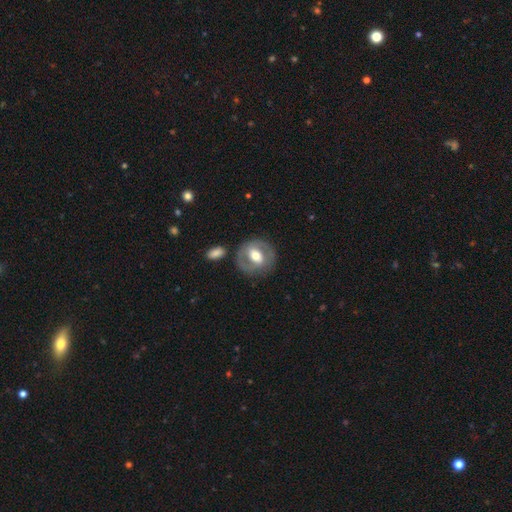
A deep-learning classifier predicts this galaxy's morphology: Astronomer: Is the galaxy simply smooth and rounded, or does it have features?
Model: featured or disk — 60%.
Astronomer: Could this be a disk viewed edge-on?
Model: no — 95%.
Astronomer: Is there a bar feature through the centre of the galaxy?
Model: weak — 38% (runner-up: no, 33%).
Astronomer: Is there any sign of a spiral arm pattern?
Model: no — 51% (runner-up: yes, 49%).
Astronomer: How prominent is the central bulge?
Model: moderate — 70%.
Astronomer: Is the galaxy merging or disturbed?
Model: none — 77%.